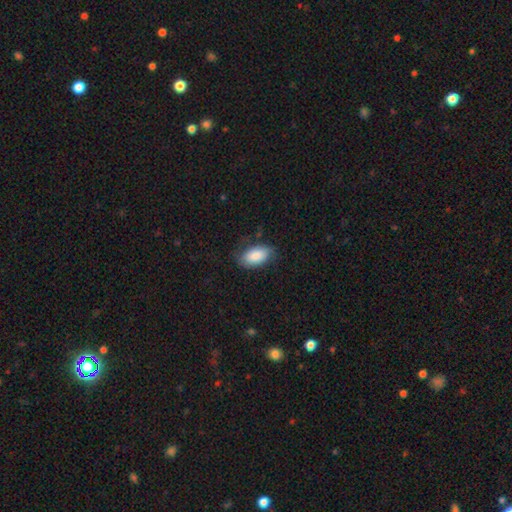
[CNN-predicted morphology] smooth_or_featured: smooth (p=0.81) [alt: featured or disk p=0.13]
how_rounded: in between (p=0.94) [alt: round p=0.04]
merging: none (p=0.66) [alt: minor disturbance p=0.24]